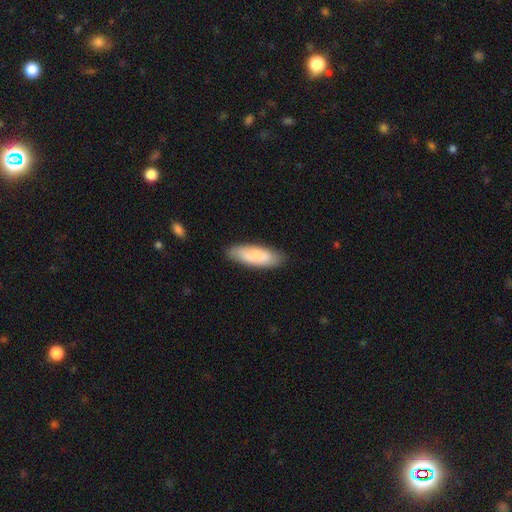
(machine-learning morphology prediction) smooth-or-featured: smooth: 83% | featured or disk: 12% | star or artifact: 5%
  how-rounded: in between: 56% | cigar-shaped: 42% | round: 2%
  merging: none: 84% | minor disturbance: 13% | major disturbance: 2% | merger: 1%